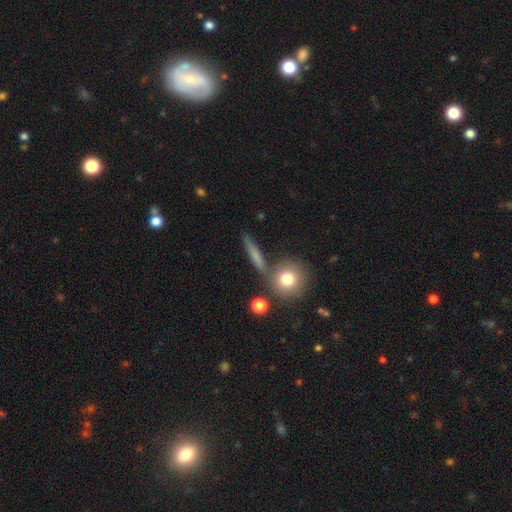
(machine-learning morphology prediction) Smooth or featured? Predicted: smooth (p=0.68). How rounded? Predicted: cigar-shaped (p=0.70). Merging? Predicted: none (p=0.77).